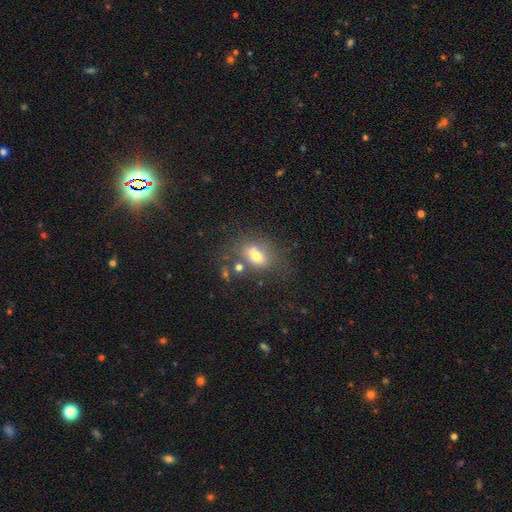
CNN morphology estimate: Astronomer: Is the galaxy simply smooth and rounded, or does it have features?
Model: smooth — 68%.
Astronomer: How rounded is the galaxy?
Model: in between — 73%.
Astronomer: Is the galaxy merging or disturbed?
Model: none — 57%.